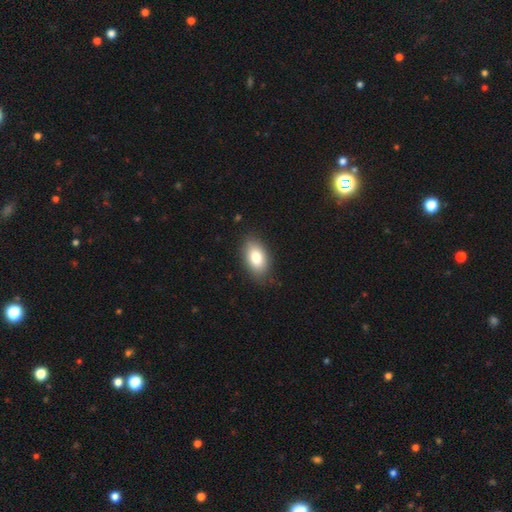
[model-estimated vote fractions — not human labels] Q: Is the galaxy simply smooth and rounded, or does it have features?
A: smooth — 81%.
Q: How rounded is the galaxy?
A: in between — 92%.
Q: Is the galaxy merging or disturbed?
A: none — 81%.